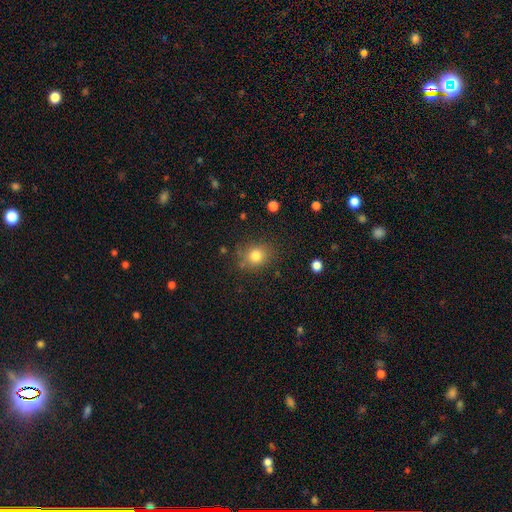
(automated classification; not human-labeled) smooth_or_featured: smooth (p=0.81) [alt: star or artifact p=0.12]
how_rounded: round (p=0.68) [alt: in between p=0.31]
merging: none (p=0.79) [alt: minor disturbance p=0.14]